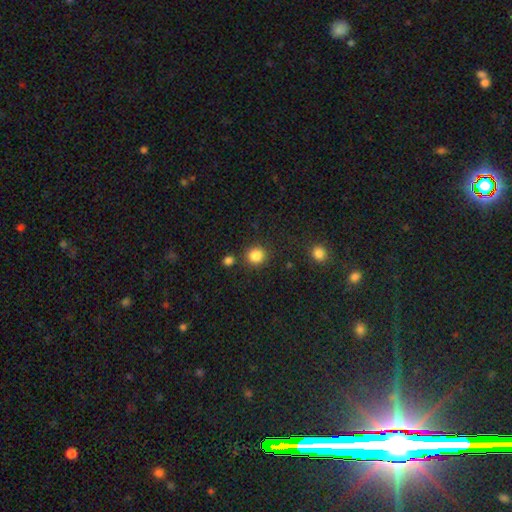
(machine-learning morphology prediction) Smooth or featured? smooth (86%)
How rounded? round (89%)
Merging? none (83%)